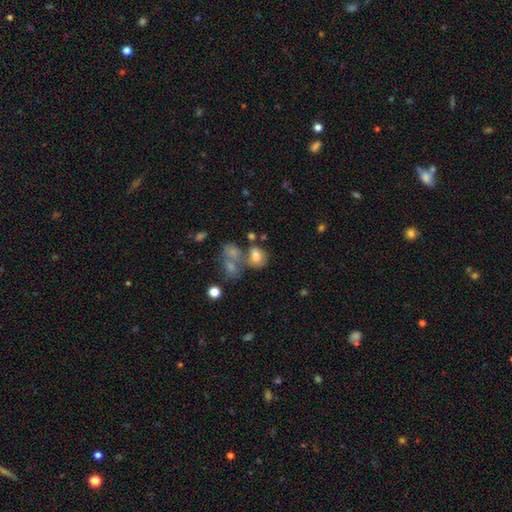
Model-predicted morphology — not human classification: The model was most divided on "merging": merger: 42%, none: 33%, minor disturbance: 15%, major disturbance: 10%. More confident: how rounded — in between (74%); smooth or featured — smooth (73%).